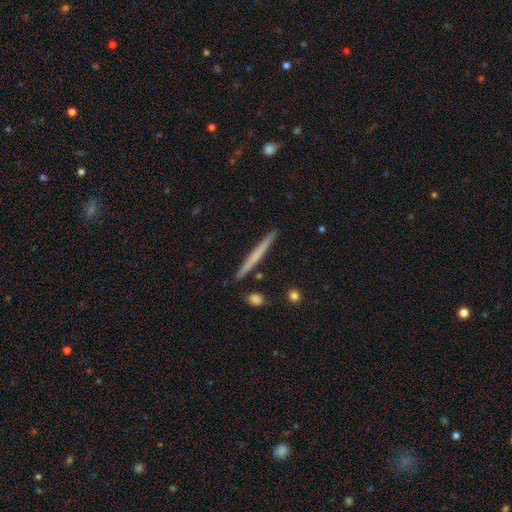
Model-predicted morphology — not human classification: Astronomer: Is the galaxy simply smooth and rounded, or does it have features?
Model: smooth — 52% (runner-up: featured or disk, 43%).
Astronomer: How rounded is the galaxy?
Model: cigar-shaped — 97%.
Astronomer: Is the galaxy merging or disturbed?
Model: none — 90%.